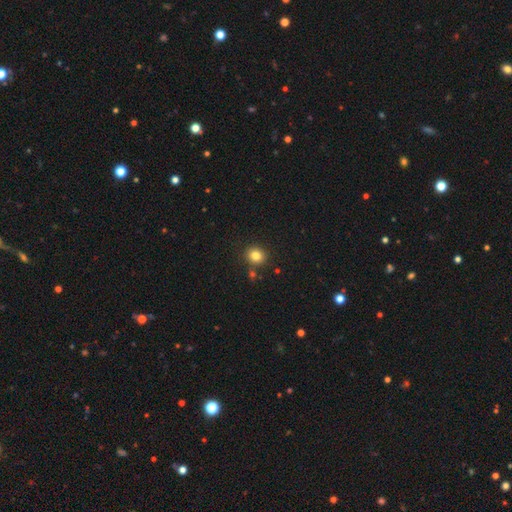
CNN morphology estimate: Smooth or featured? Predicted: smooth (p=0.82). How rounded? Predicted: round (p=0.81). Merging? Predicted: none (p=0.84).